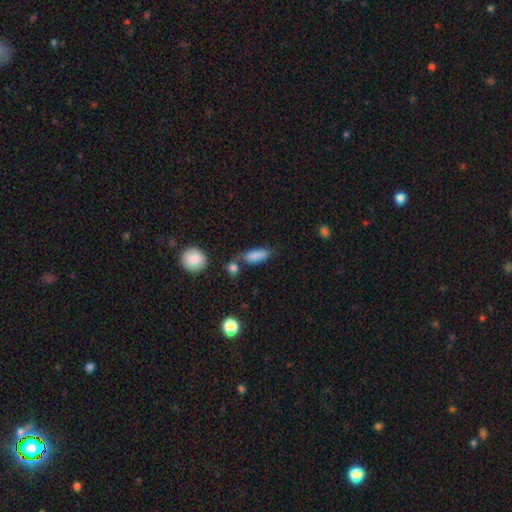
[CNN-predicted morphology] Smooth or featured?
  - smooth: 84% *
  - star or artifact: 8%
  - featured or disk: 8%
How rounded?
  - in between: 71% *
  - cigar-shaped: 24%
  - round: 5%
Merging?
  - none: 58% *
  - minor disturbance: 19%
  - merger: 17%
  - major disturbance: 6%